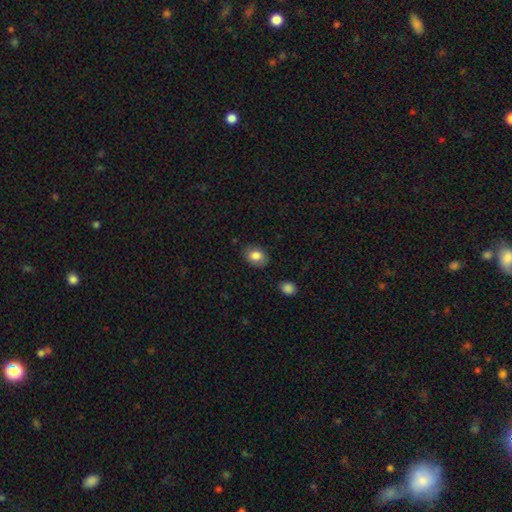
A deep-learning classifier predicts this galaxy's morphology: type=smooth (83%); roundness=in between (70%); merging=none (80%).